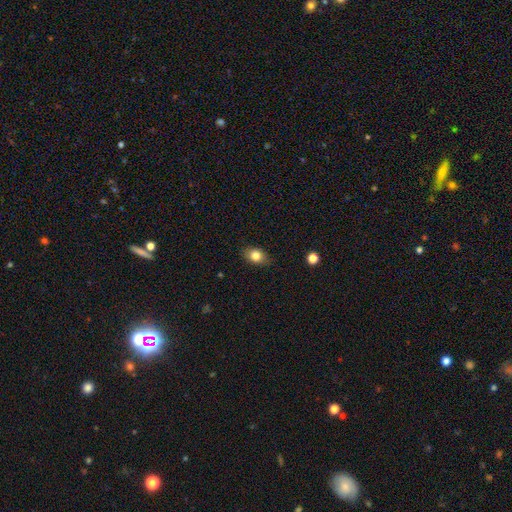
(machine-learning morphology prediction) Q: Smooth or featured?
A: smooth (81%); runner-up: star or artifact (9%)
Q: How rounded?
A: in between (70%); runner-up: round (29%)
Q: Merging?
A: none (83%); runner-up: minor disturbance (13%)